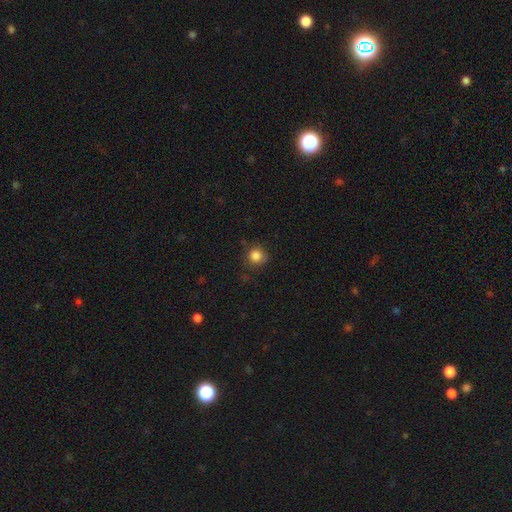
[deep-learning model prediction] This appears to be a smooth galaxy with no disk features (85%) that is round (92%). Merging: none (81%).